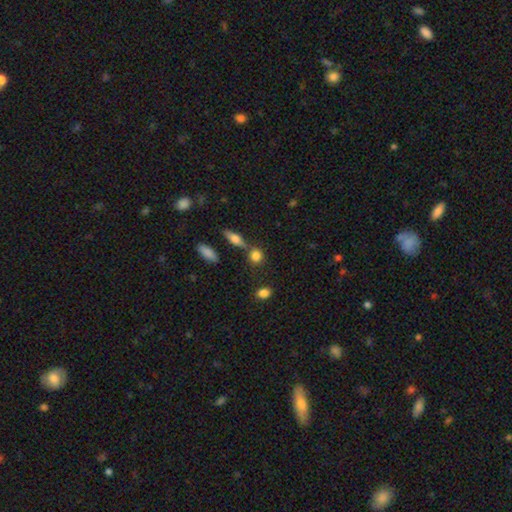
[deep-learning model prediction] The model was most divided on "merging": none: 64%, merger: 21%, minor disturbance: 11%, major disturbance: 4%. More confident: smooth or featured — smooth (81%); how rounded — round (76%).